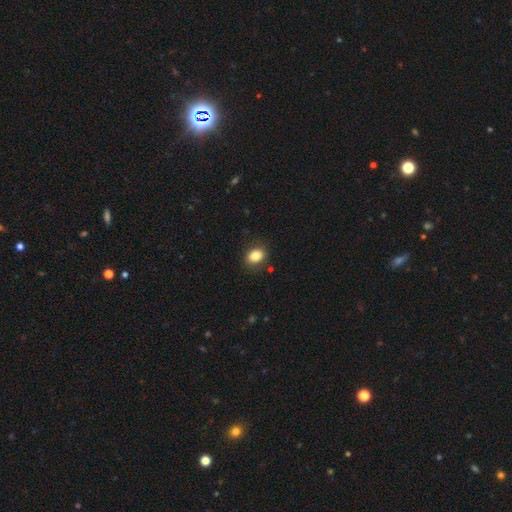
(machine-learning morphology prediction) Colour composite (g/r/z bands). It shows a smooth galaxy with no disk features (84%) that is in between round and cigar-shaped (64%). Merging: none (83%).